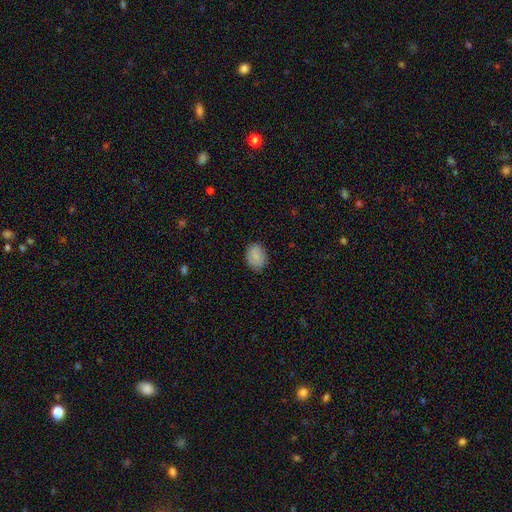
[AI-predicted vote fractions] smooth_or_featured: smooth (p=0.85) [alt: featured or disk p=0.08]
how_rounded: in between (p=0.66) [alt: round p=0.33]
merging: none (p=0.83) [alt: minor disturbance p=0.13]